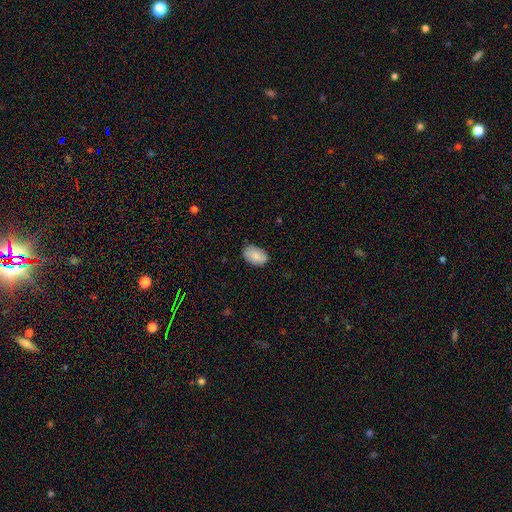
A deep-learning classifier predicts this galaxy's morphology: Smooth or featured: smooth — 81% (featured or disk — 13%)
How rounded: in between — 90% (round — 9%)
Merging: none — 80% (minor disturbance — 16%)